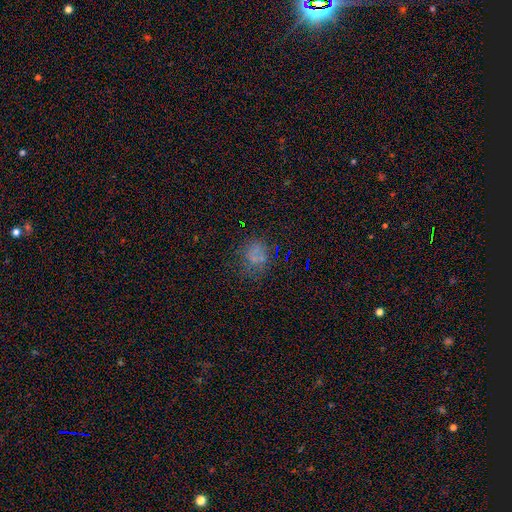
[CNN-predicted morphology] smooth-or-featured: smooth: 58% | star or artifact: 26% | featured or disk: 17%
  how-rounded: round: 70% | in between: 29% | cigar-shaped: 1%
  merging: none: 63% | minor disturbance: 18% | major disturbance: 12% | merger: 7%